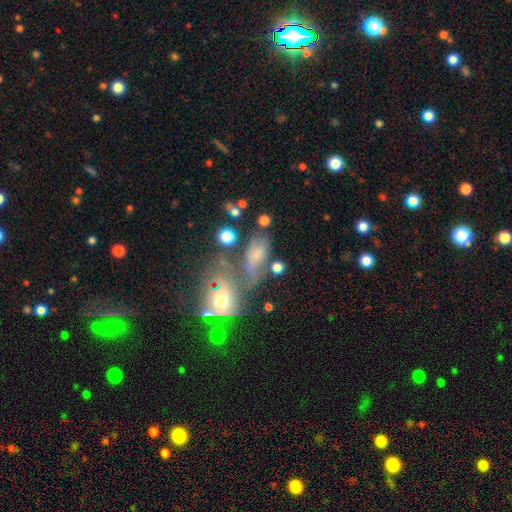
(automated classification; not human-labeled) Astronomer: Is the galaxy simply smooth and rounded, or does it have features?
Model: smooth — 50% (runner-up: featured or disk, 32%).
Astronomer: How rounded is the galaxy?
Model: in between — 83%.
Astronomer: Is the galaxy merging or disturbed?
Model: none — 30%, tied with merger at 30%.